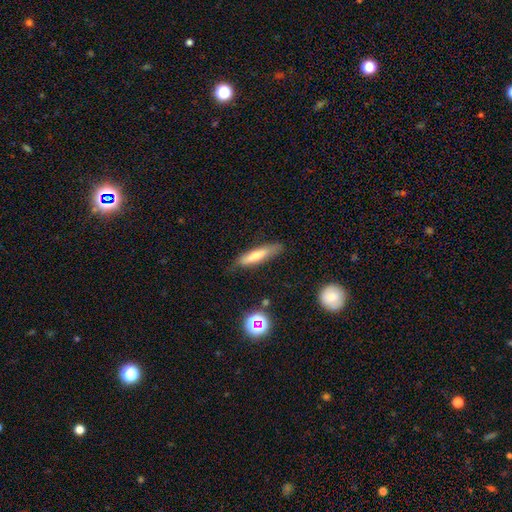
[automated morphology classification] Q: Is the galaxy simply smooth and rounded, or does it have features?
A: smooth — 67%.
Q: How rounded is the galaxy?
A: cigar-shaped — 80%.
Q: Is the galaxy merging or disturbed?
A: none — 77%.